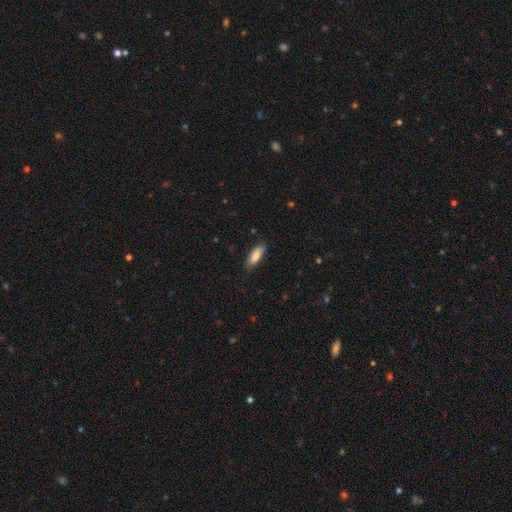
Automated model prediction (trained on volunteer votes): Morphology: type=smooth (82%); roundness=in between (58%); merging=none (82%).